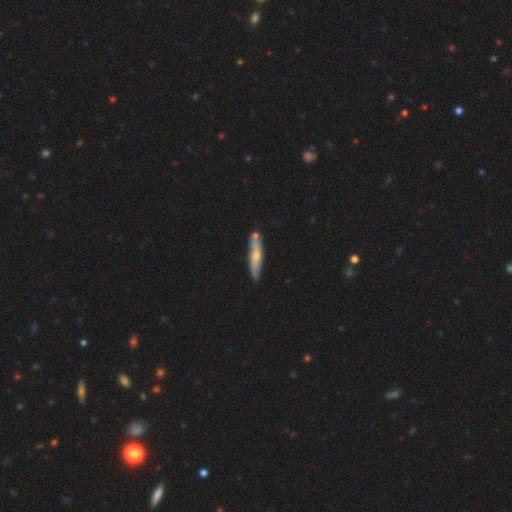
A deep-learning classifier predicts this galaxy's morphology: The model was most divided on "smooth or featured": smooth: 49%, featured or disk: 45%, star or artifact: 5%. More confident: merging — none (75%).